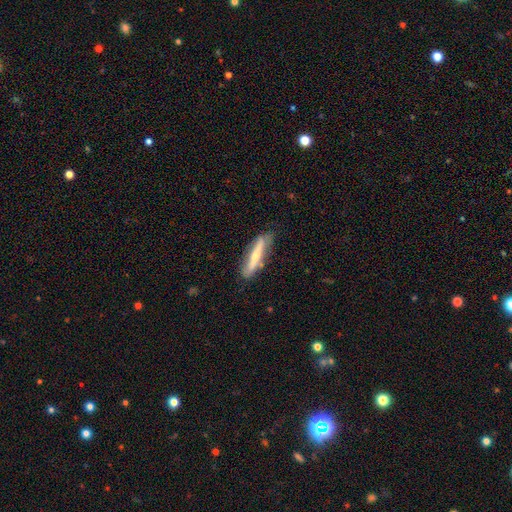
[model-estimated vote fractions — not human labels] Morphology: type=featured or disk (51%); edge-on=yes (80%); merging=none (78%).